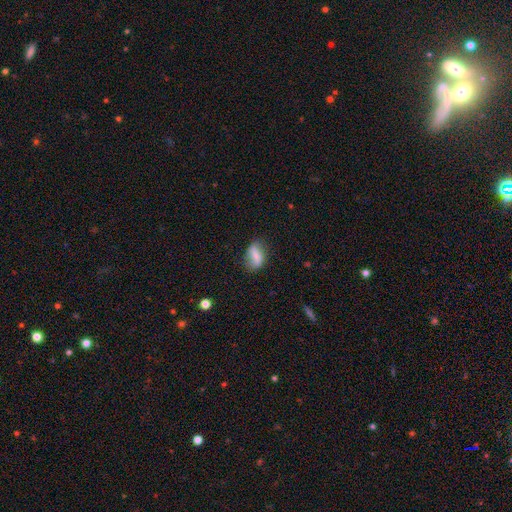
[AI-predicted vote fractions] This appears to be a smooth galaxy with no disk features (66%) that is in between round and cigar-shaped (81%). Merging: none (65%).